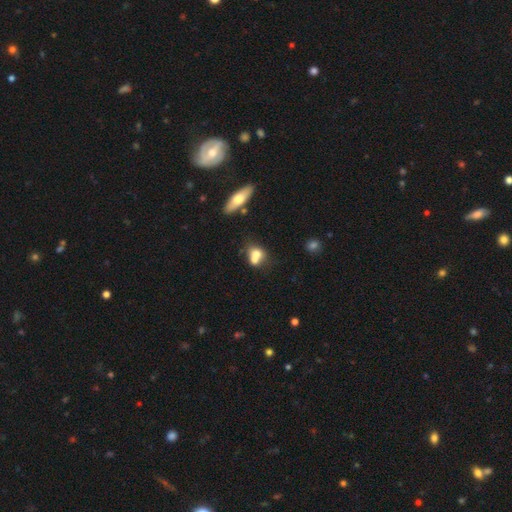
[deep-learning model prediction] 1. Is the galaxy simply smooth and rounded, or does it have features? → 69% smooth, 21% featured or disk, 10% star or artifact.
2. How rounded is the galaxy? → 54% in between, 43% round, 4% cigar-shaped.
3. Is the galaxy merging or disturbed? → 56% merger, 28% none, 10% minor disturbance, 5% major disturbance.